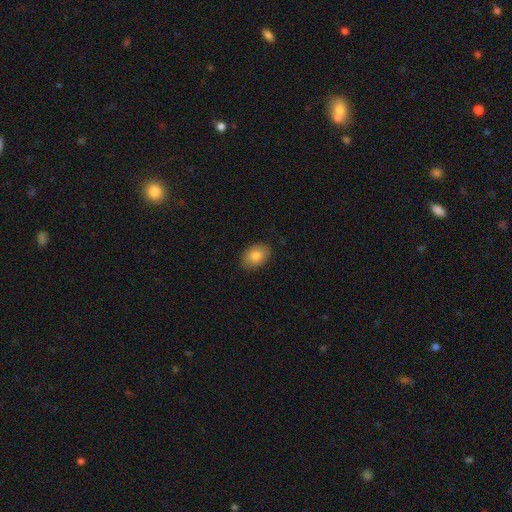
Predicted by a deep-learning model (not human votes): The model was most divided on "how rounded": in between: 79%, round: 20%, cigar-shaped: 1%. More confident: merging — none (86%); smooth or featured — smooth (81%).